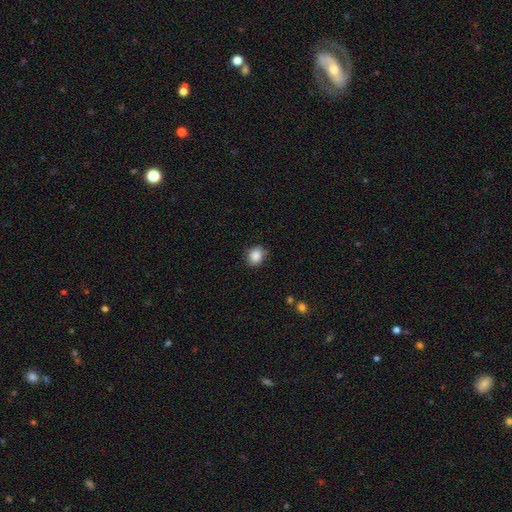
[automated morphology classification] Smooth or featured?
  - smooth: 87% *
  - star or artifact: 9%
  - featured or disk: 4%
How rounded?
  - round: 62% *
  - in between: 37%
  - cigar-shaped: 1%
Merging?
  - none: 80% *
  - minor disturbance: 16%
  - major disturbance: 3%
  - merger: 1%